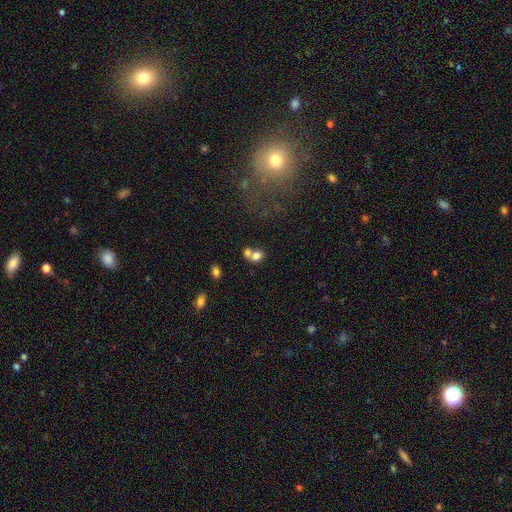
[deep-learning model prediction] The model was most divided on "how rounded": round: 52%, in between: 47%, cigar-shaped: 1%. More confident: smooth or featured — smooth (74%); merging — merger (56%).